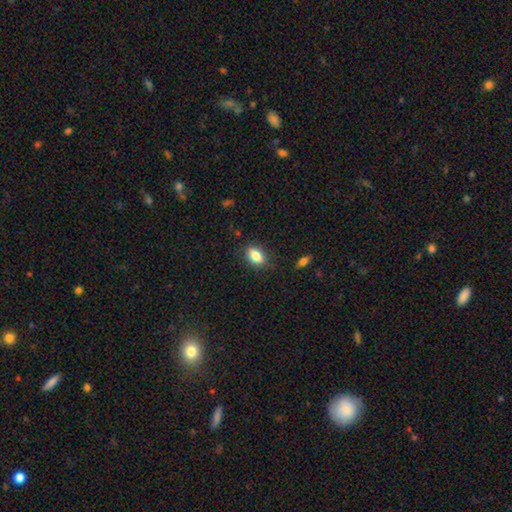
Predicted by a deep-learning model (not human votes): A smooth galaxy with no disk features (81%) that is in between round and cigar-shaped (84%).

Vote fractions:
- Smooth or featured? smooth: 81% / featured or disk: 10% / star or artifact: 9%
- How rounded? in between: 84% / round: 10% / cigar-shaped: 6%
- Merging? none: 83% / minor disturbance: 13% / major disturbance: 3% / merger: 1%